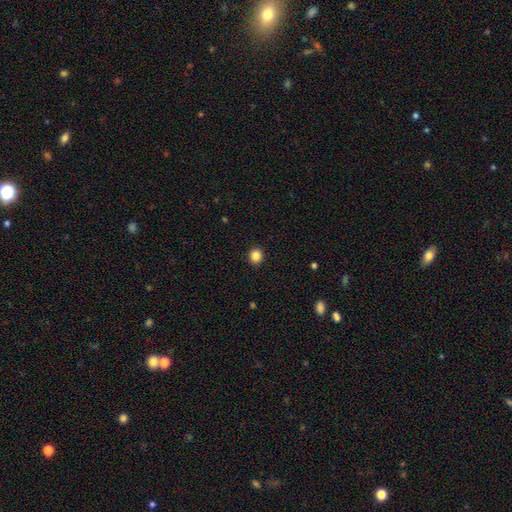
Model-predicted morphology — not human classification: Smooth or featured: smooth — 85% (star or artifact — 11%)
How rounded: round — 88% (in between — 11%)
Merging: none — 93% (minor disturbance — 5%)